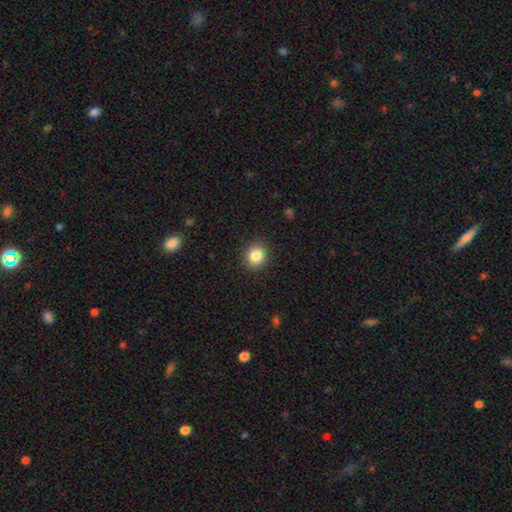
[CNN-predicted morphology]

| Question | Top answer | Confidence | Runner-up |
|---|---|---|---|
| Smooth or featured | smooth | 85% | star or artifact (10%) |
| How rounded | round | 77% | in between (22%) |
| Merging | none | 89% | minor disturbance (8%) |